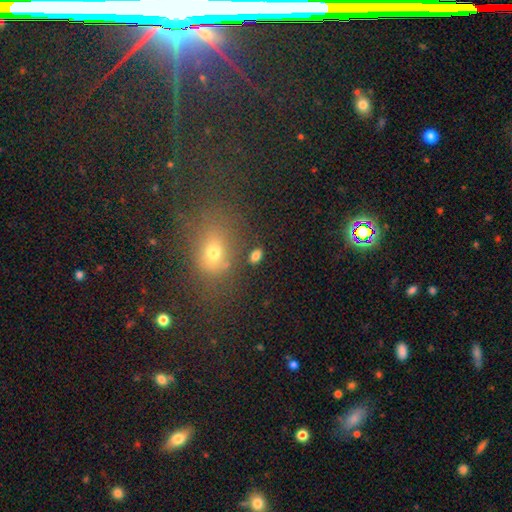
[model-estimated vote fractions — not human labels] A smooth galaxy with no disk features (79%) that is in between round and cigar-shaped (87%). Merging: none (80%).